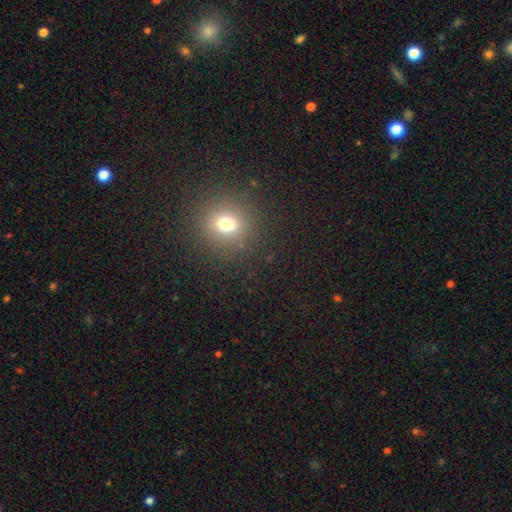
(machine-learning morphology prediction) This appears to be a smooth galaxy with no disk features (65%) that is round (92%). Merging: none (93%).